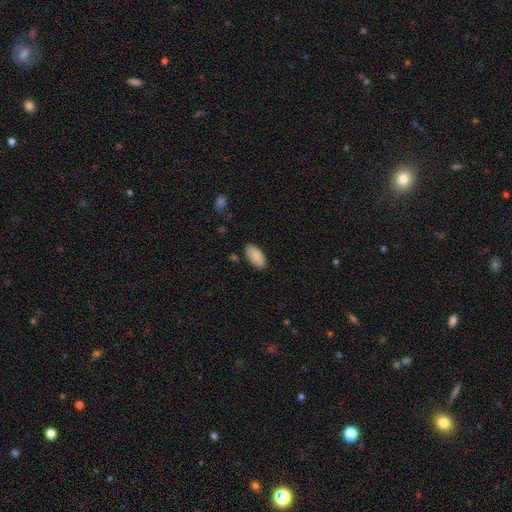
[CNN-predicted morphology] smooth_or_featured: smooth (p=0.88) [alt: star or artifact p=0.06]
how_rounded: in between (p=0.95) [alt: cigar-shaped p=0.03]
merging: none (p=0.85) [alt: minor disturbance p=0.11]